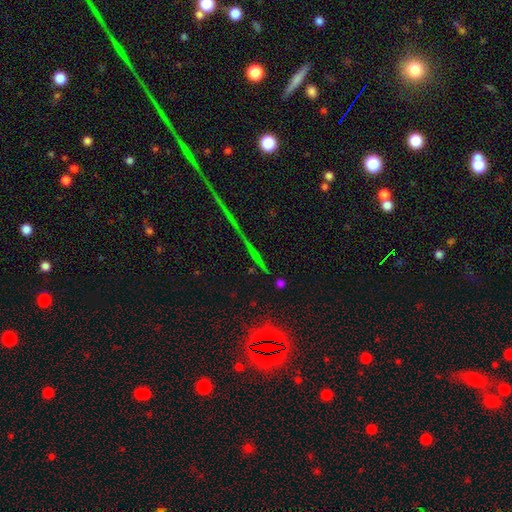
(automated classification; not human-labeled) Smooth or featured: star or artifact — 71% (featured or disk — 16%)